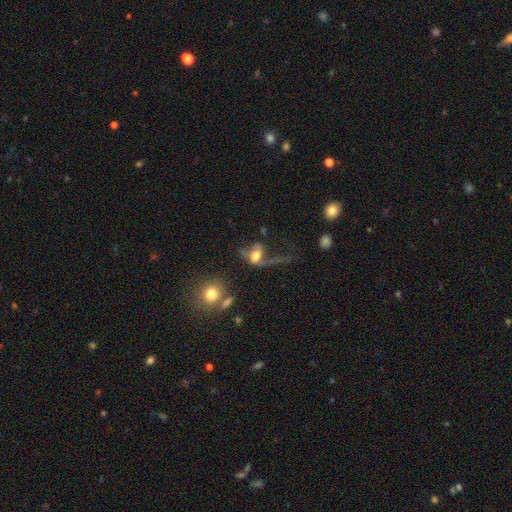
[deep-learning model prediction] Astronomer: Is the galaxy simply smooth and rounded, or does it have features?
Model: featured or disk — 50% (runner-up: smooth, 40%).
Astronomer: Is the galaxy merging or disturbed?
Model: major disturbance — 55%.